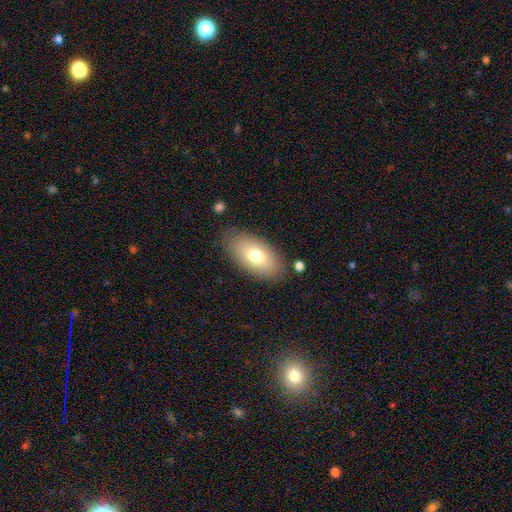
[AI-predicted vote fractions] A smooth galaxy with no disk features (73%) that is in between round and cigar-shaped (93%). Merging: none (83%).